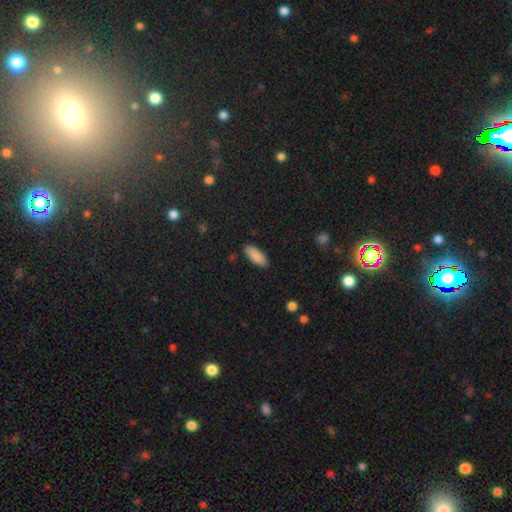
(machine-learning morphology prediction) This is clearly a smooth galaxy (90%). How rounded: likely in between (75%). Merging: clearly none (88%).